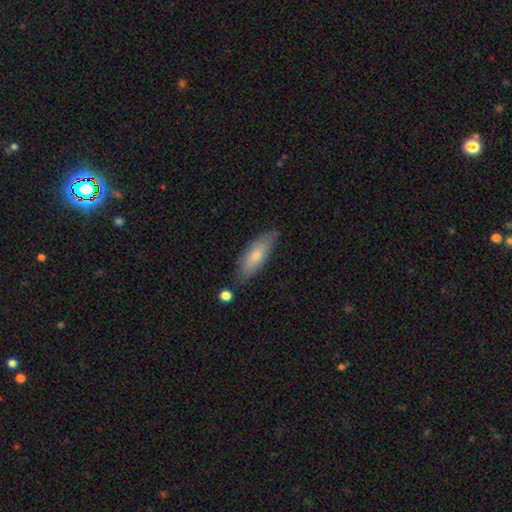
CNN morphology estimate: smooth_or_featured: smooth (p=0.74) [alt: featured or disk p=0.21]
how_rounded: in between (p=0.62) [alt: cigar-shaped p=0.36]
merging: none (p=0.75) [alt: minor disturbance p=0.18]